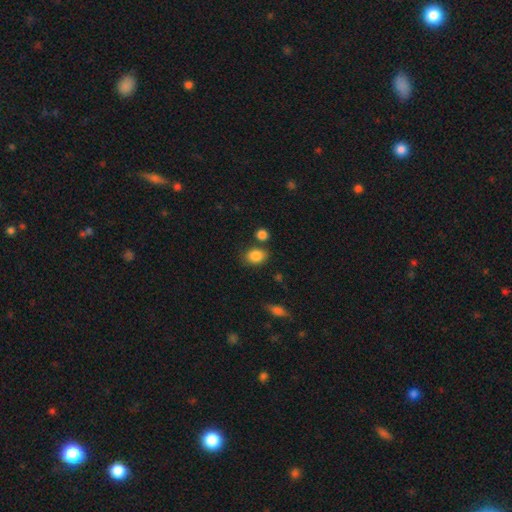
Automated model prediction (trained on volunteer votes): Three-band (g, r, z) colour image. It shows a smooth galaxy with no disk features (86%) that is in between round and cigar-shaped (58%). Merging: none (73%).